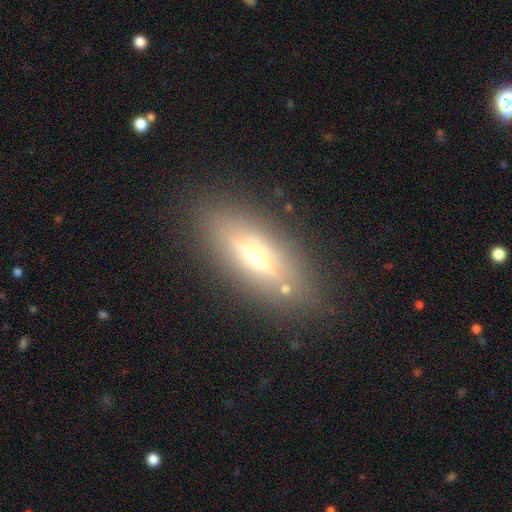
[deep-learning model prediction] featured or disk 65%, smooth 25%, star or artifact 10%. Down the decision tree: edge-on disk — yes (88%); edge-on bulge — rounded (90%); merging — none (83%).